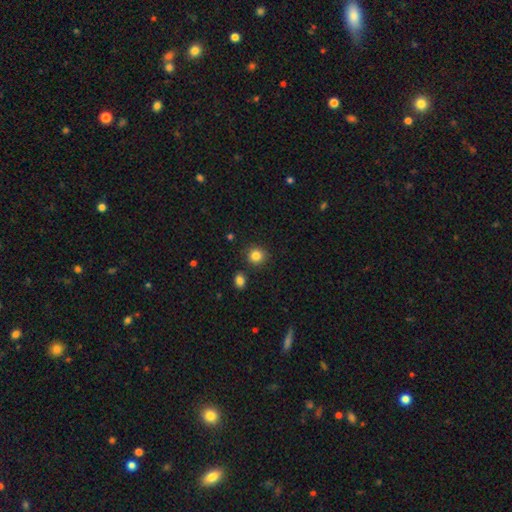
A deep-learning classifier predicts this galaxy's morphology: A smooth galaxy with no disk features (85%) that is round (89%).

Vote fractions:
- Smooth or featured? smooth: 85% / star or artifact: 11% / featured or disk: 4%
- How rounded? round: 89% / in between: 10% / cigar-shaped: 1%
- Merging? none: 86% / minor disturbance: 8% / merger: 4% / major disturbance: 2%